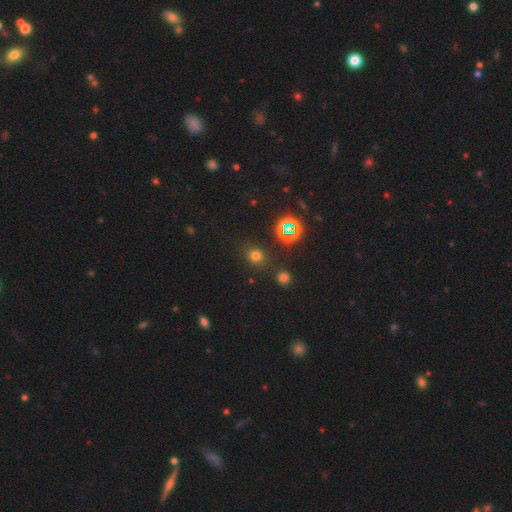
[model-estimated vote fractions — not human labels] A smooth galaxy with no disk features (67%) that is round (75%).

Vote fractions:
- Smooth or featured? smooth: 67% / star or artifact: 27% / featured or disk: 6%
- How rounded? round: 75% / in between: 24% / cigar-shaped: 1%
- Merging? none: 82% / minor disturbance: 10% / merger: 4% / major disturbance: 4%